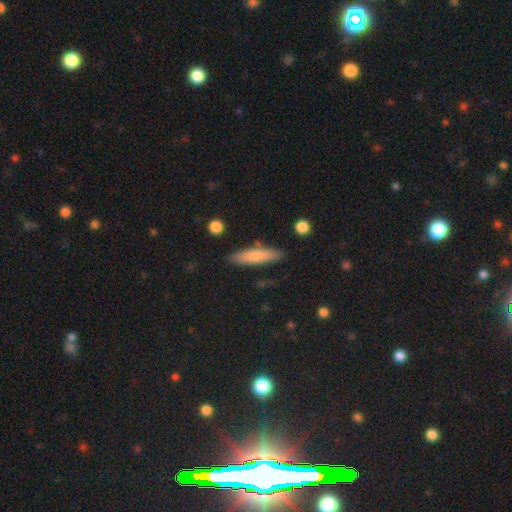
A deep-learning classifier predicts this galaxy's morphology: Smooth or featured? Predicted: smooth (p=0.72). How rounded? Predicted: cigar-shaped (p=0.79). Merging? Predicted: none (p=0.84).